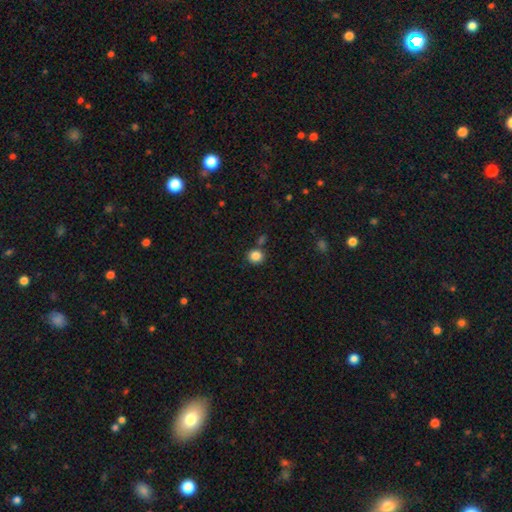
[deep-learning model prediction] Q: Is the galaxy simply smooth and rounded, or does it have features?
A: smooth — 85%.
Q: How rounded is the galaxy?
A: round — 84%.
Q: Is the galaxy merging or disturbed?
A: none — 77%.